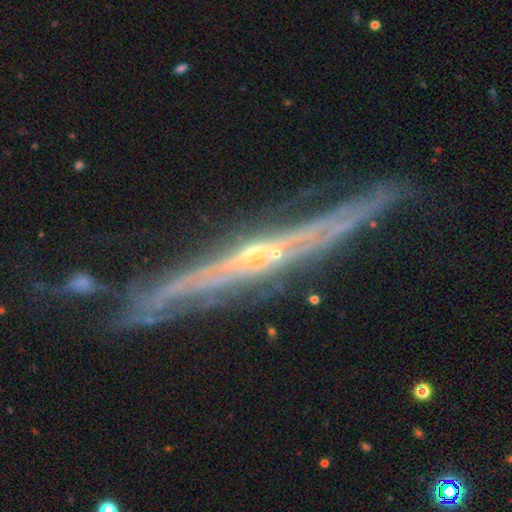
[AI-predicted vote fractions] A featured or disk galaxy (82%) viewed edge-on (84%) with a rounded central bulge (54%).

Vote fractions:
- Smooth or featured? featured or disk: 82% / star or artifact: 9% / smooth: 9%
- Edge-on disk? yes: 84% / no: 16%
- Edge-on bulge? rounded: 54% / none: 36% / boxy: 10%
- Merging? none: 73% / minor disturbance: 17% / major disturbance: 6% / merger: 4%